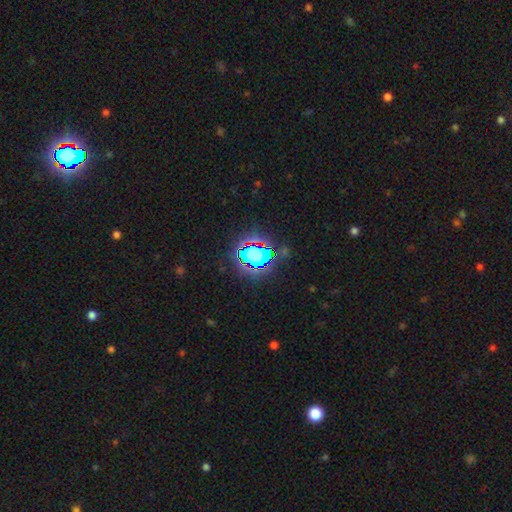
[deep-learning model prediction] This appears to be a star or artifact, not a galaxy (54%).